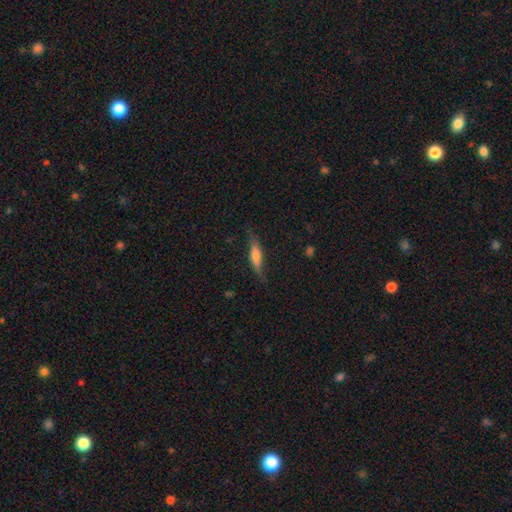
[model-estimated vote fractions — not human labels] smooth 56%, featured or disk 38%, star or artifact 6%. Down the decision tree: how rounded — cigar-shaped (79%); merging — none (76%).